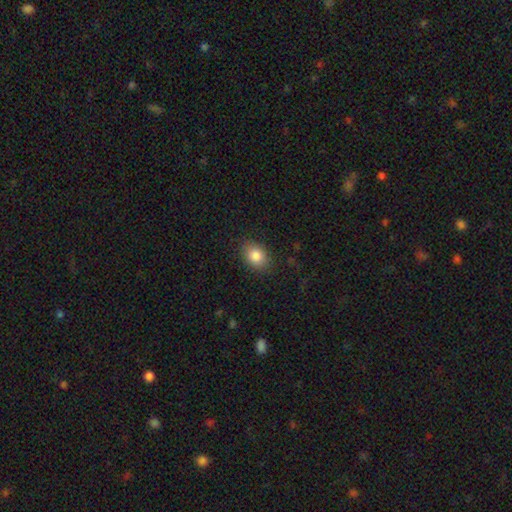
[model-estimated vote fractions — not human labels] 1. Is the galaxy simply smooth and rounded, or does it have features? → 85% smooth, 9% star or artifact, 6% featured or disk.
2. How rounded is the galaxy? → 69% in between, 30% round, 1% cigar-shaped.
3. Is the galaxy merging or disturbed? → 85% none, 11% minor disturbance, 3% major disturbance, 1% merger.